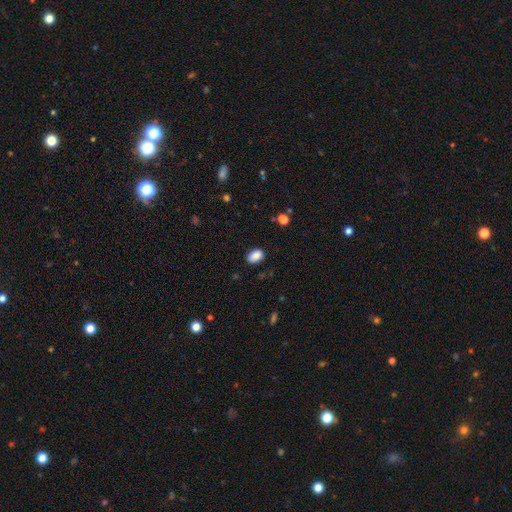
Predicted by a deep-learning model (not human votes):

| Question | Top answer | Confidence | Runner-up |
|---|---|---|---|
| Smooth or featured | smooth | 88% | star or artifact (8%) |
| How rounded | in between | 85% | round (14%) |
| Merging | none | 86% | minor disturbance (10%) |